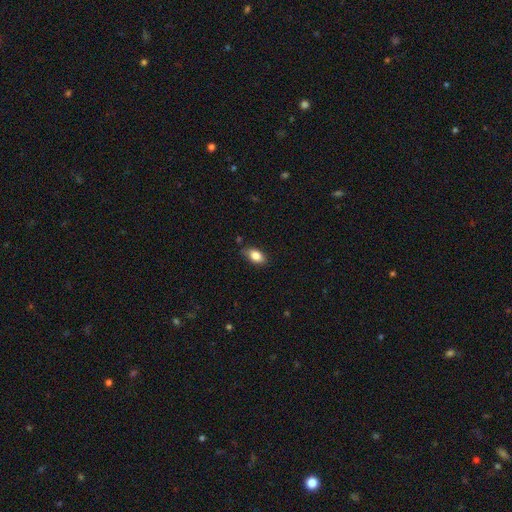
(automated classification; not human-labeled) Smooth or featured? smooth (83%)
How rounded? in between (88%)
Merging? none (78%)